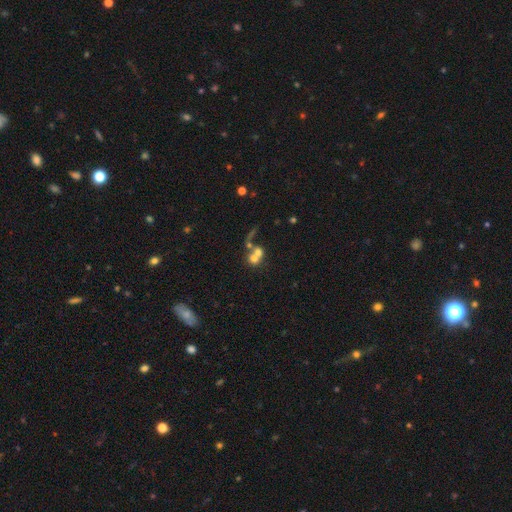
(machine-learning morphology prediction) A smooth galaxy with no disk features (59%) that is round (78%). Merging: merger (62%).